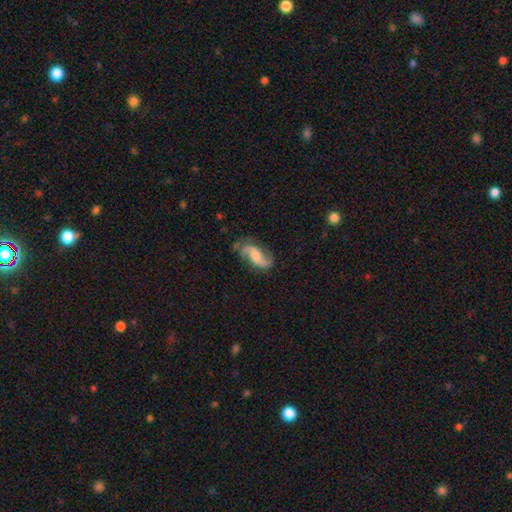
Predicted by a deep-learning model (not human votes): featured or disk 80%, smooth 14%, star or artifact 6%. Down the decision tree: edge-on disk — no (96%); bar — no (50%); spiral arms — yes (96%); spiral arm count — 2 (91%); spiral winding — loose (61%); bulge size — moderate (45%); merging — none (71%).